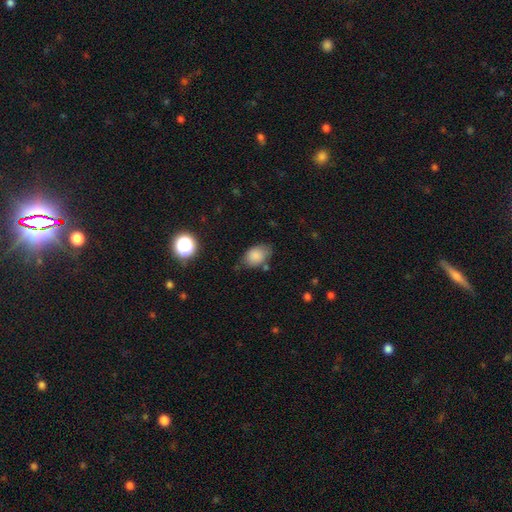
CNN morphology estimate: A smooth galaxy with no disk features (84%) that is in between round and cigar-shaped (81%). Merging: none (67%).